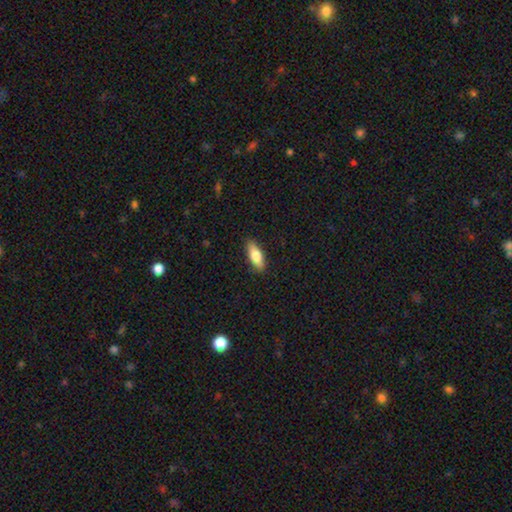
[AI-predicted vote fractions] This appears to be a smooth galaxy with no disk features (74%) that is in between round and cigar-shaped (66%). Merging: none (89%).